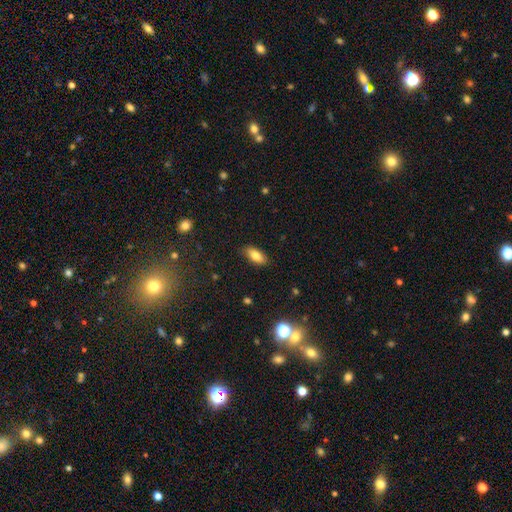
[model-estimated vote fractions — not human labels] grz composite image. It shows a smooth galaxy with no disk features (80%) that is in between round and cigar-shaped (85%). Merging: none (86%).